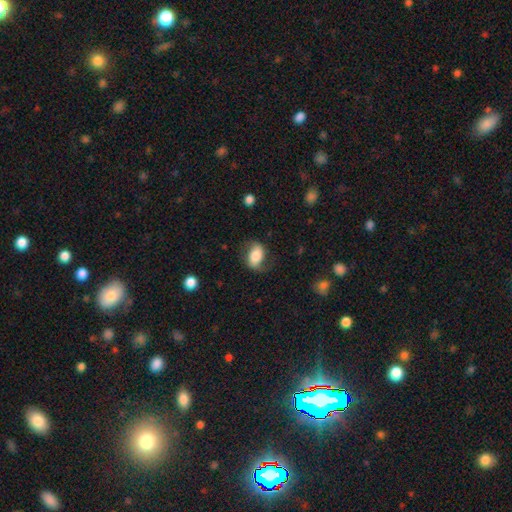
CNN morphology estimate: A smooth galaxy with no disk features (52%) that is in between round and cigar-shaped (83%).

Vote fractions:
- Smooth or featured? smooth: 52% / featured or disk: 40% / star or artifact: 8%
- How rounded? in between: 83% / round: 15% / cigar-shaped: 2%
- Merging? none: 65% / minor disturbance: 22% / major disturbance: 12% / merger: 2%